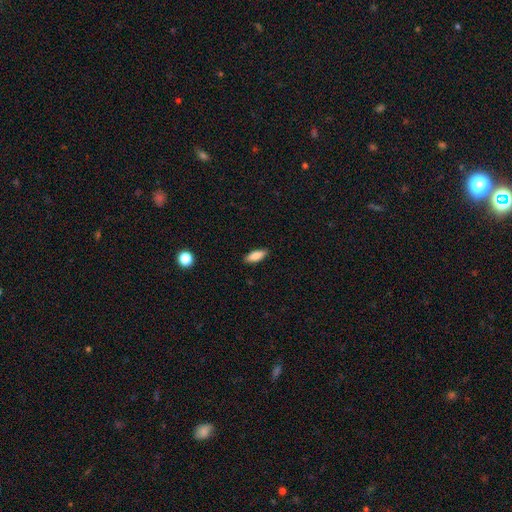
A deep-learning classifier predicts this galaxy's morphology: This appears to be a smooth galaxy with no disk features (85%) that is in between round and cigar-shaped (74%). Merging: none (88%).